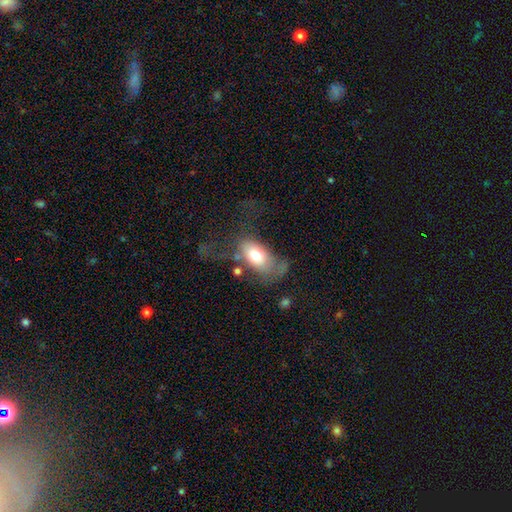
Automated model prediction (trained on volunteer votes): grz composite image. It shows a smooth galaxy with no disk features (67%) that is in between round and cigar-shaped (90%). Merging: major disturbance (38%).